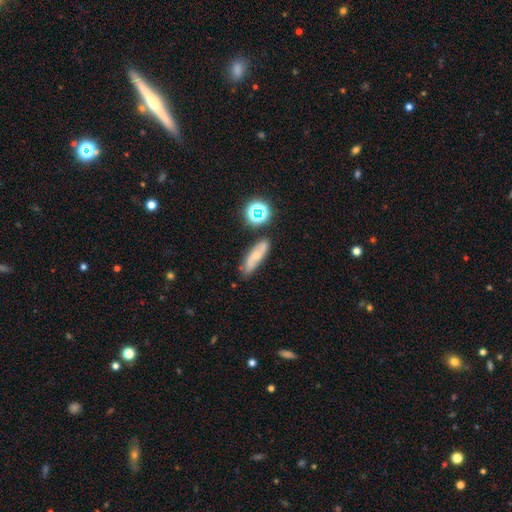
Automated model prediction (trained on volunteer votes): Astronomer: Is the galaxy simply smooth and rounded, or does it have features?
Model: smooth — 48% (runner-up: featured or disk, 38%).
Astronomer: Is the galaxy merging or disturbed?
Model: none — 74%.